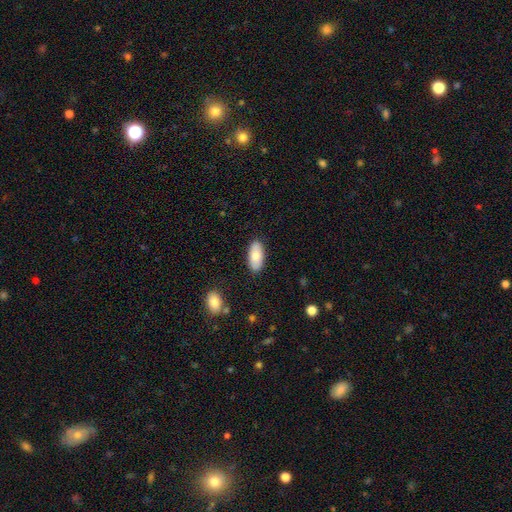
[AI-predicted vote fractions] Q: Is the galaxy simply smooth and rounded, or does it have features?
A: smooth — 72%.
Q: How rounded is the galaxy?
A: in between — 90%.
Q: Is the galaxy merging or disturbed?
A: none — 87%.